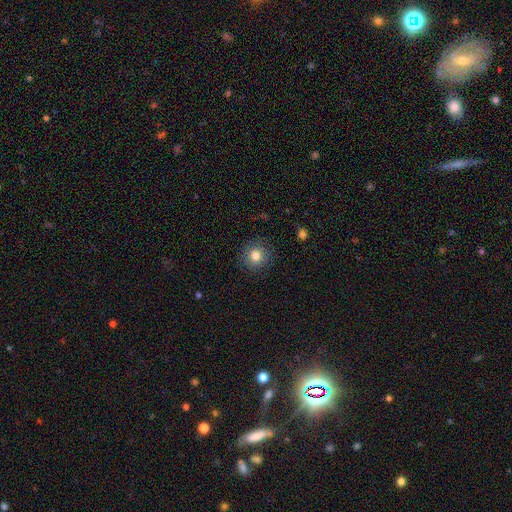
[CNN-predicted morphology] type=smooth (81%); roundness=round (91%); merging=none (89%).